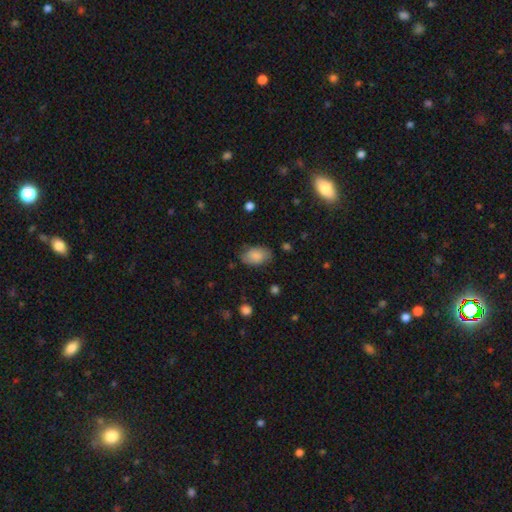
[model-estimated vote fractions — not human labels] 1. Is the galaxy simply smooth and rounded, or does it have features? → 82% smooth, 10% featured or disk, 7% star or artifact.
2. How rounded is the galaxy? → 90% in between, 9% round, 1% cigar-shaped.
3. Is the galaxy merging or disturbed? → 74% none, 19% minor disturbance, 5% major disturbance, 1% merger.